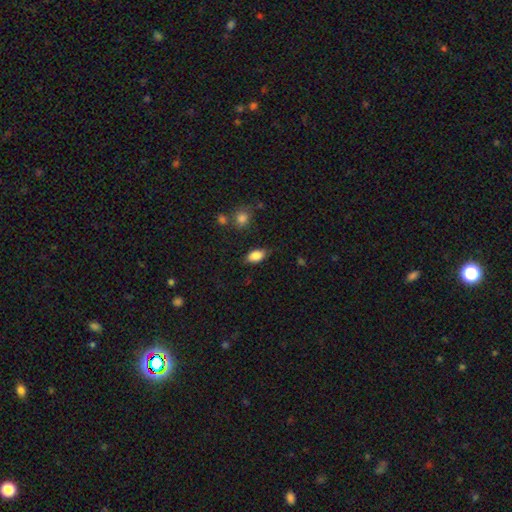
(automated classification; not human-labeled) Smooth or featured: smooth — 85% (star or artifact — 8%)
How rounded: in between — 90% (round — 7%)
Merging: none — 76% (minor disturbance — 18%)